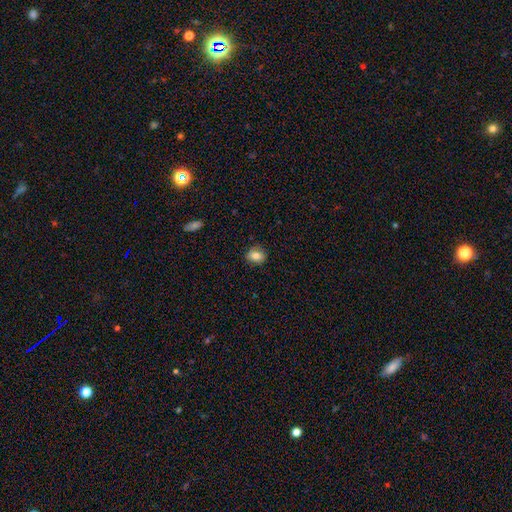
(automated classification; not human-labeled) Smooth or featured: smooth — 79% (featured or disk — 12%)
How rounded: round — 58% (in between — 41%)
Merging: none — 85% (minor disturbance — 11%)